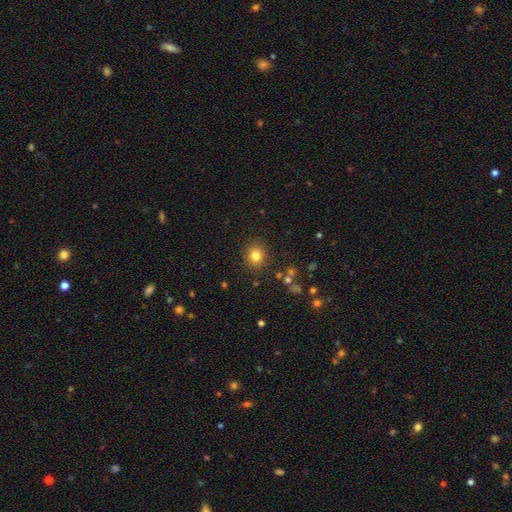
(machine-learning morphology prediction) Smooth or featured?
  - smooth: 81% *
  - star or artifact: 13%
  - featured or disk: 7%
How rounded?
  - round: 84% *
  - in between: 15%
  - cigar-shaped: 1%
Merging?
  - none: 88% *
  - minor disturbance: 8%
  - major disturbance: 3%
  - merger: 2%